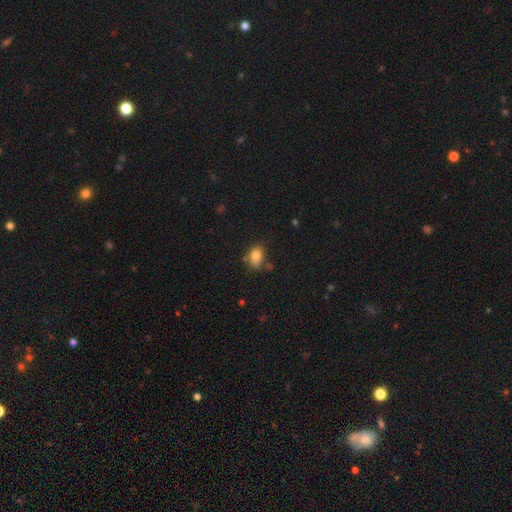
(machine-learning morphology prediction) This appears to be a smooth galaxy with no disk features (81%) that is in between round and cigar-shaped (72%). Merging: none (53%).